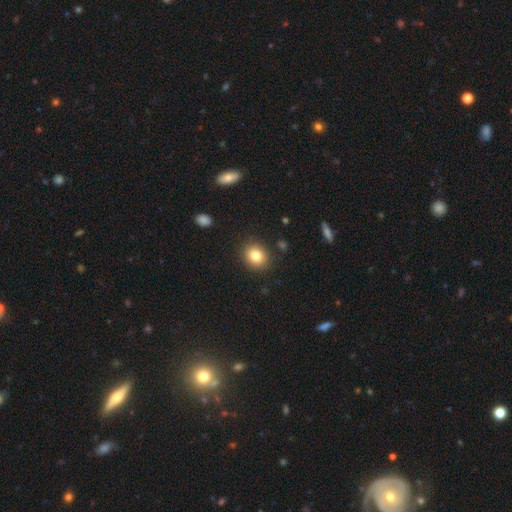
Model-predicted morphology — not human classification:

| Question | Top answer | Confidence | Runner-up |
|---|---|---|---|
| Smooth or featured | smooth | 81% | star or artifact (11%) |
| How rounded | round | 70% | in between (30%) |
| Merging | none | 89% | minor disturbance (7%) |